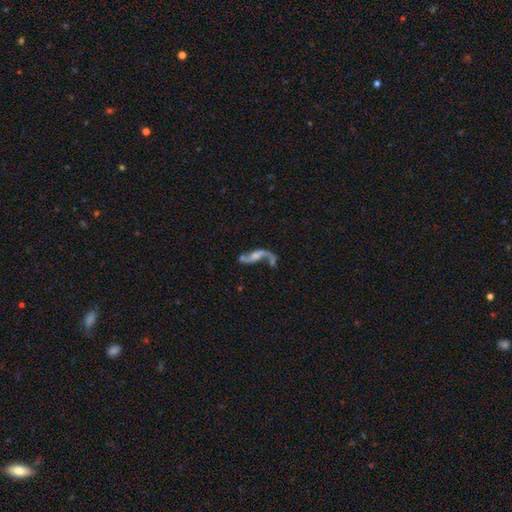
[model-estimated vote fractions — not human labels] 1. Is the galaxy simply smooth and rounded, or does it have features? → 78% featured or disk, 15% smooth, 7% star or artifact.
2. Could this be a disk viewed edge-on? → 90% no, 10% yes.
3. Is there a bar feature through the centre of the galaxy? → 56% no, 32% weak, 12% strong.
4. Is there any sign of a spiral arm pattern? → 87% yes, 13% no.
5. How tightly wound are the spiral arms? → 91% loose, 7% medium, 2% tight.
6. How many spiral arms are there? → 80% 2, 16% 1, 2% can't tell, 1% 3, 1% 4, 1% more than 4.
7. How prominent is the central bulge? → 35% small, 29% moderate, 27% none, 7% large, 2% dominant.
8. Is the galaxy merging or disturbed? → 39% none, 23% merger, 21% major disturbance, 17% minor disturbance.